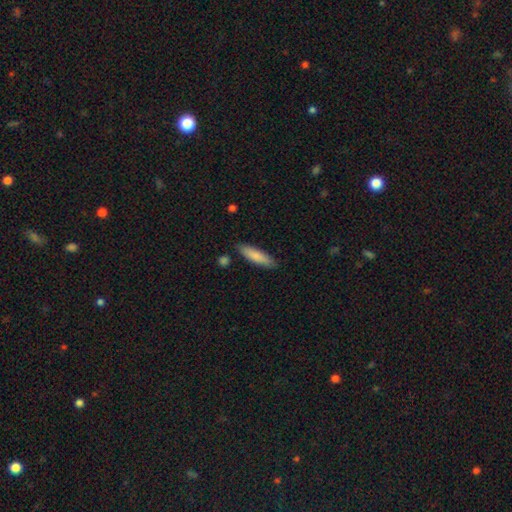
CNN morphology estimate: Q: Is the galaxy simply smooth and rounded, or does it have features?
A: smooth — 82%.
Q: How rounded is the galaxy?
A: cigar-shaped — 71%.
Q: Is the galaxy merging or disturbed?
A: none — 85%.